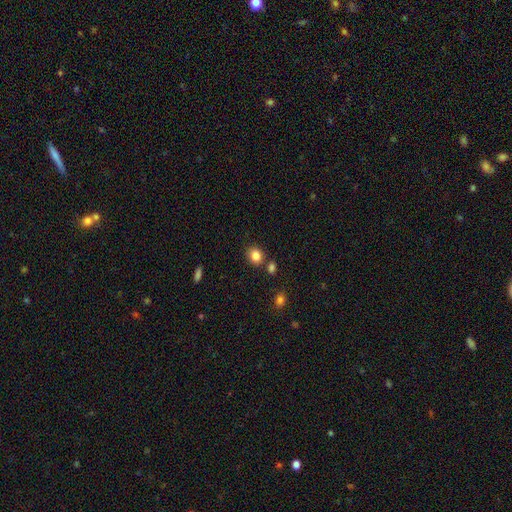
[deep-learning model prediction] A smooth galaxy with no disk features (84%) that is round (71%).

Vote fractions:
- Smooth or featured? smooth: 84% / star or artifact: 10% / featured or disk: 5%
- How rounded? round: 71% / in between: 28% / cigar-shaped: 1%
- Merging? none: 78% / minor disturbance: 10% / merger: 9% / major disturbance: 3%